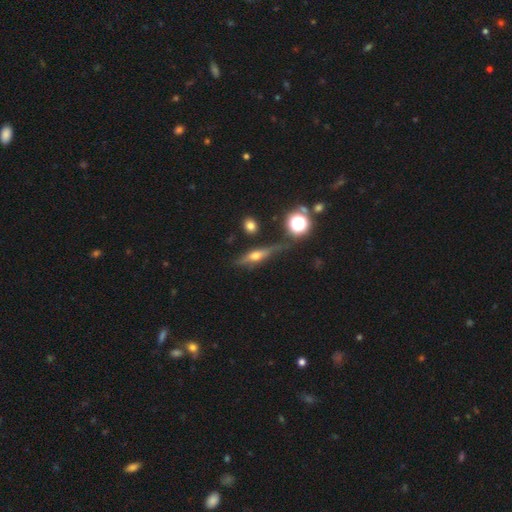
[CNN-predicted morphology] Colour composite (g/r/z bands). It shows a featured or disk galaxy (54%) viewed edge-on (88%). Merging: none (68%).